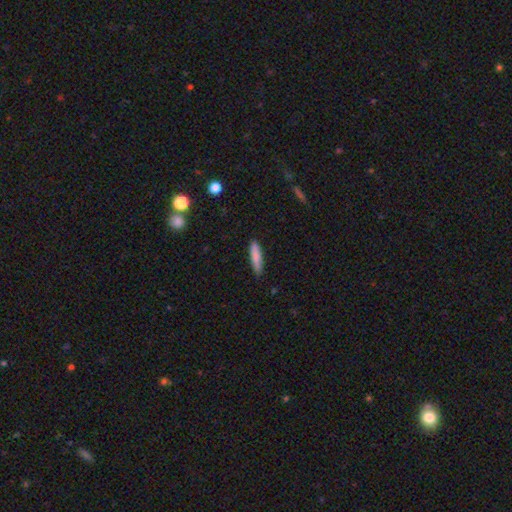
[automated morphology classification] A smooth galaxy with no disk features (84%) that is cigar-shaped (82%).

Vote fractions:
- Smooth or featured? smooth: 84% / featured or disk: 10% / star or artifact: 6%
- How rounded? cigar-shaped: 82% / in between: 17% / round: 1%
- Merging? none: 86% / minor disturbance: 11% / major disturbance: 2% / merger: 1%